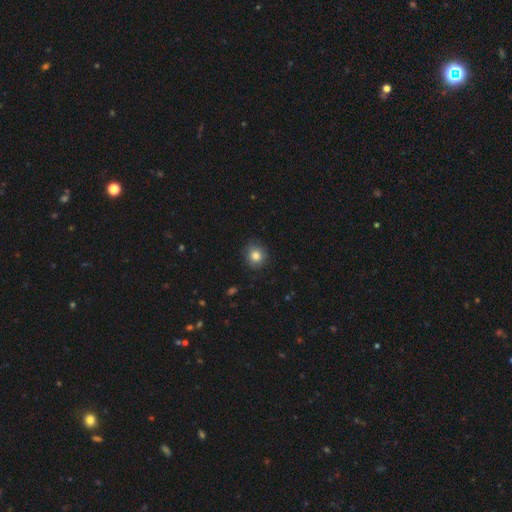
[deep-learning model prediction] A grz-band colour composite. It shows a smooth galaxy with no disk features (83%) that is round (86%). Merging: none (86%).